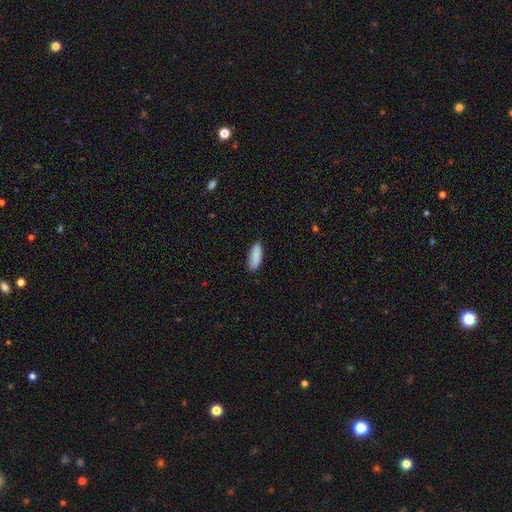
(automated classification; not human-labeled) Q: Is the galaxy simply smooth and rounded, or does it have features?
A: smooth — 90%.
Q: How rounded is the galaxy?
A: in between — 71%.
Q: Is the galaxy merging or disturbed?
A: none — 85%.